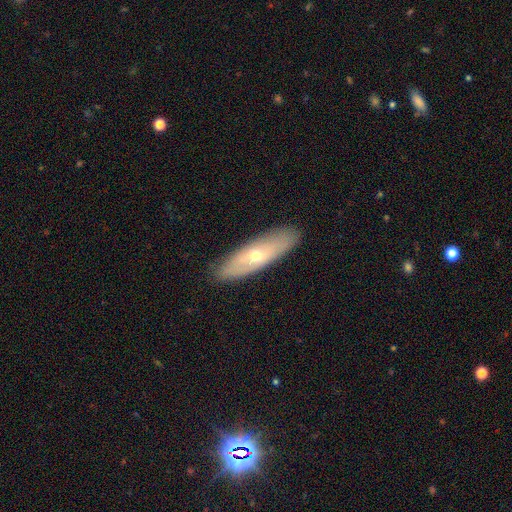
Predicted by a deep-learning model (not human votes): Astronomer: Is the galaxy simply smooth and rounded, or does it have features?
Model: featured or disk — 49% (runner-up: smooth, 44%).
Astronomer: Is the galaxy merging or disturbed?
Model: none — 87%.